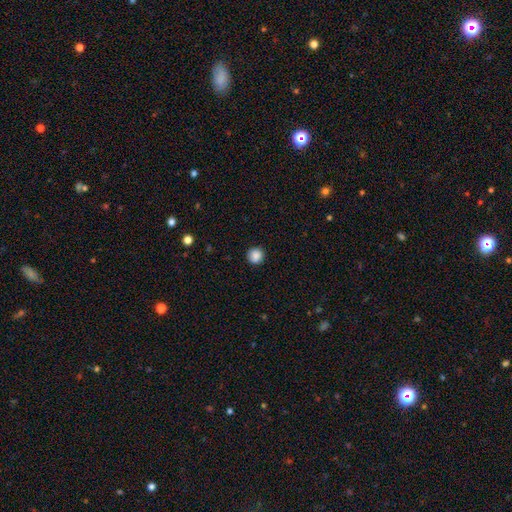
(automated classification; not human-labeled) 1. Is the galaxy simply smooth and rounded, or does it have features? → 88% smooth, 9% star or artifact, 3% featured or disk.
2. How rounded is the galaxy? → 95% round, 4% in between, 1% cigar-shaped.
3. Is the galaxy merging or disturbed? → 91% none, 6% minor disturbance, 2% major disturbance, 1% merger.